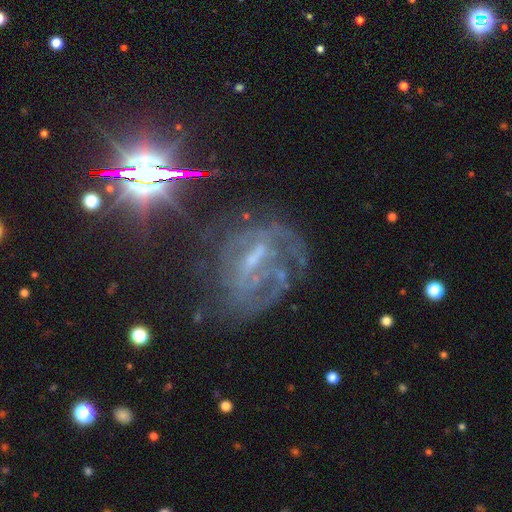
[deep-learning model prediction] The model was most divided on "bar": weak: 40%, strong: 37%, no: 23%. Remaining: edge-on disk — no (94%); spiral arms — yes (71%); smooth or featured — featured or disk (66%); bulge size — small (50%); merging — none (49%).